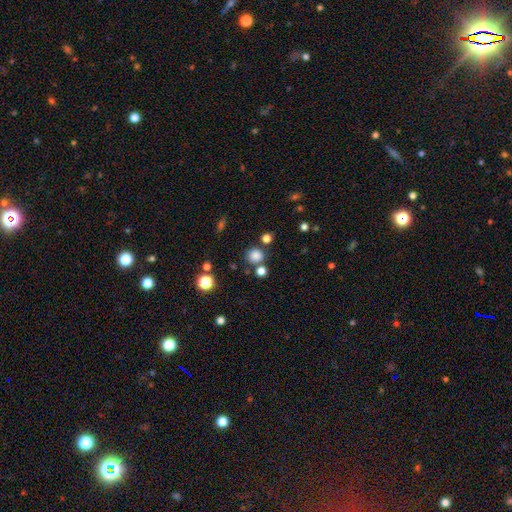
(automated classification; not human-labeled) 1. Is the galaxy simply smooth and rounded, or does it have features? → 81% smooth, 15% star or artifact, 5% featured or disk.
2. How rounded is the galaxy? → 88% round, 11% in between, 1% cigar-shaped.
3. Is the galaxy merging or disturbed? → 78% none, 10% merger, 9% minor disturbance, 4% major disturbance.